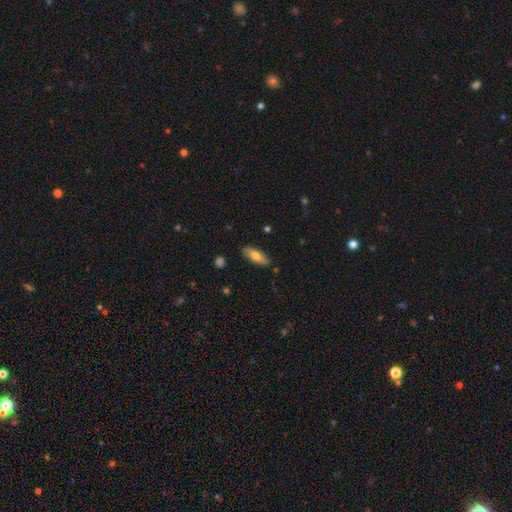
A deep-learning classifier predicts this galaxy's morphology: The model was most divided on "how rounded": in between: 63%, cigar-shaped: 35%, round: 3%. More confident: merging — none (85%); smooth or featured — smooth (69%).